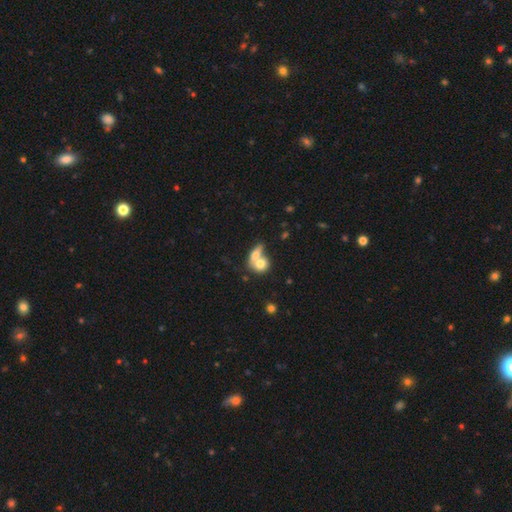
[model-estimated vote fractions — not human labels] This appears to be a smooth galaxy with no disk features (71%) that is in between round and cigar-shaped (50%). Merging: merger (66%).